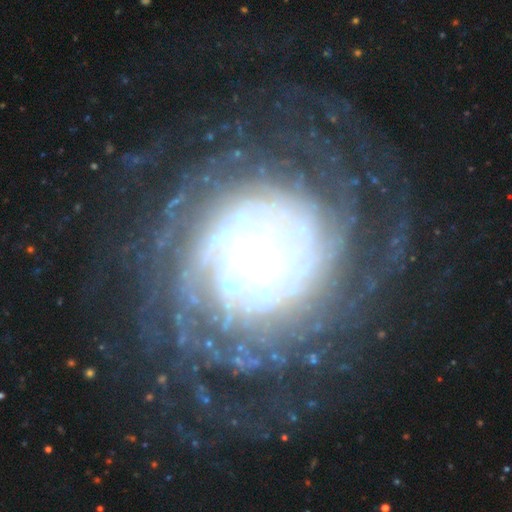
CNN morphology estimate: Smooth or featured: featured or disk — 83% (smooth — 9%)
Edge-on disk: no — 97% (yes — 3%)
Bar: no — 76% (weak — 16%)
Spiral arms: yes — 91% (no — 9%)
Spiral winding: tight — 72% (medium — 19%)
Spiral arm count: can't tell — 35% (2 — 17%)
Bulge size: small — 56% (moderate — 17%)
Merging: none — 67% (minor disturbance — 16%)